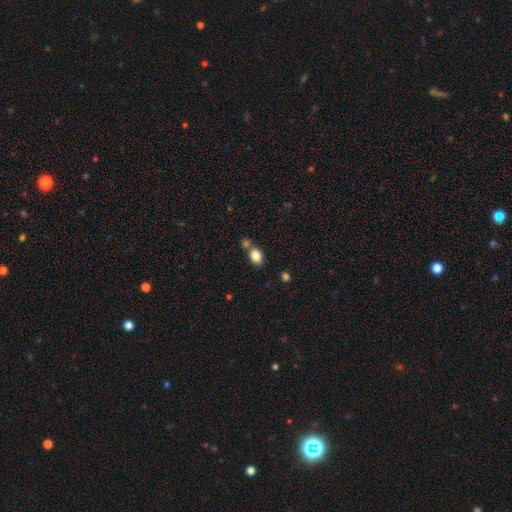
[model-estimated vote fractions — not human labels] smooth_or_featured: smooth (p=0.84) [alt: star or artifact p=0.09]
how_rounded: in between (p=0.76) [alt: round p=0.23]
merging: none (p=0.59) [alt: merger p=0.26]